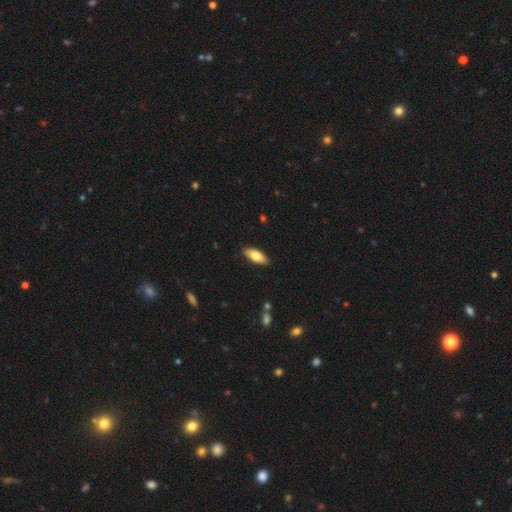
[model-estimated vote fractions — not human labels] The model was most divided on "how rounded": in between: 74%, cigar-shaped: 24%, round: 2%. More confident: merging — none (89%); smooth or featured — smooth (76%).